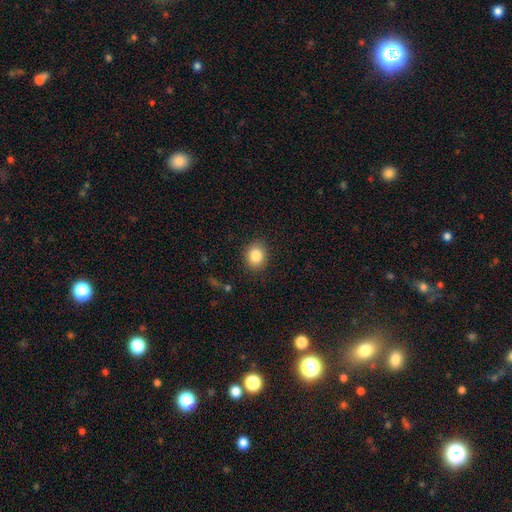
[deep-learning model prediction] Smooth or featured?
  - smooth: 85% *
  - star or artifact: 9%
  - featured or disk: 6%
How rounded?
  - round: 64% *
  - in between: 35%
  - cigar-shaped: 1%
Merging?
  - none: 88% *
  - minor disturbance: 9%
  - major disturbance: 3%
  - merger: 1%